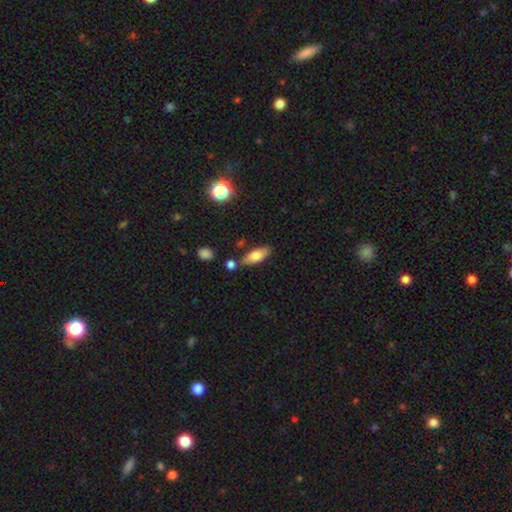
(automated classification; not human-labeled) Morphology: type=smooth (76%); roundness=in between (74%); merging=none (73%).